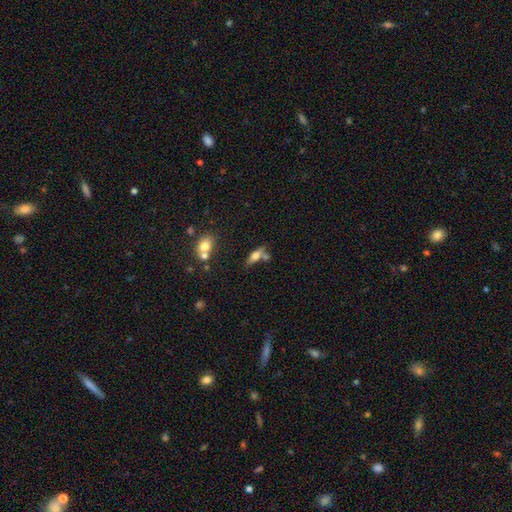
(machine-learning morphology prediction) smooth 53%, featured or disk 38%, star or artifact 10%. Down the decision tree: how rounded — in between (56%); merging — none (50%).